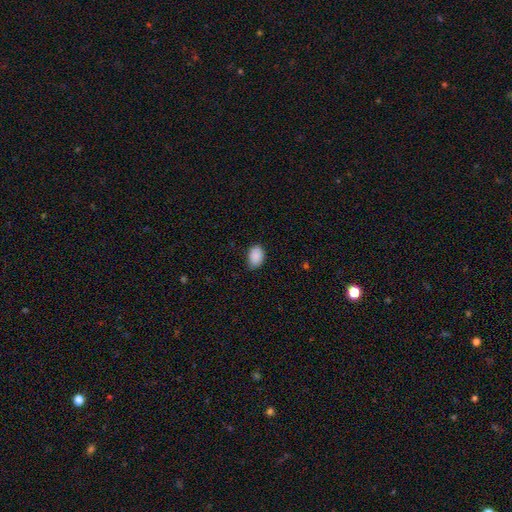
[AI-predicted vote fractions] Smooth or featured? smooth (90%)
How rounded? in between (83%)
Merging? none (76%)